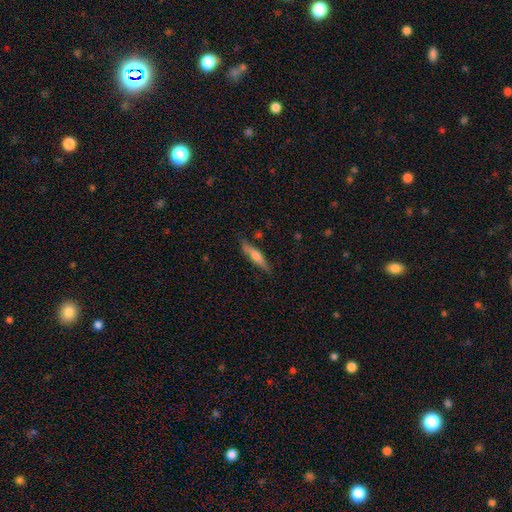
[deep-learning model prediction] smooth-or-featured: featured or disk: 47% (tied) | smooth: 47% (tied) | star or artifact: 6%
  merging: none: 82% | minor disturbance: 13% | major disturbance: 3% | merger: 2%